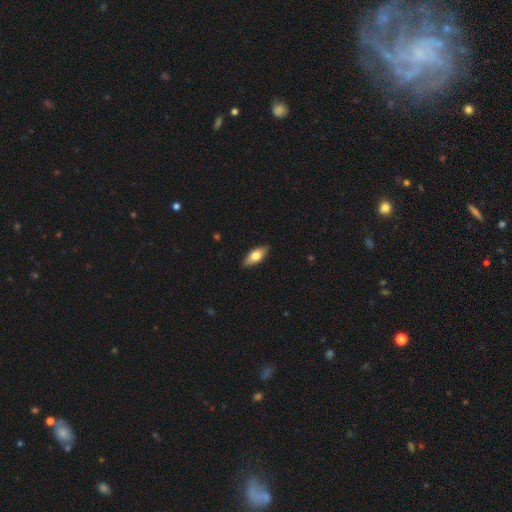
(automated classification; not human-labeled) Smooth or featured? Predicted: smooth (p=0.70). How rounded? Predicted: in between (p=0.81). Merging? Predicted: none (p=0.88).